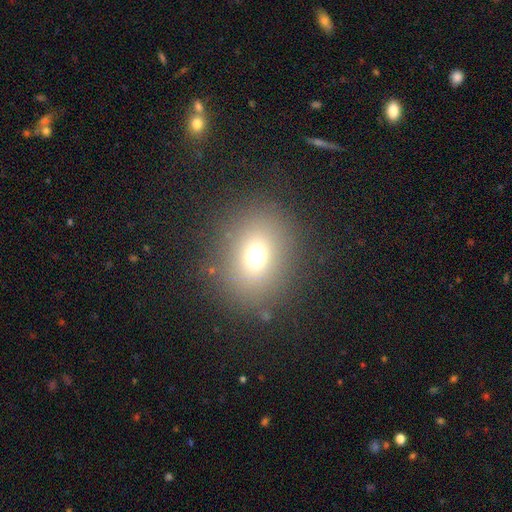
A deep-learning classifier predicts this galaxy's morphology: Overall: smooth (68%). How rounded: round (61%; in between 38%). Merging: none (84%).